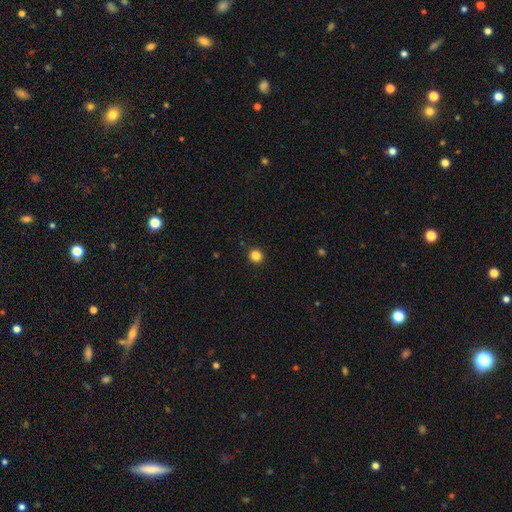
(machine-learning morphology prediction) This is clearly a smooth galaxy (85%). How rounded: clearly round (93%). Merging: clearly none (92%).